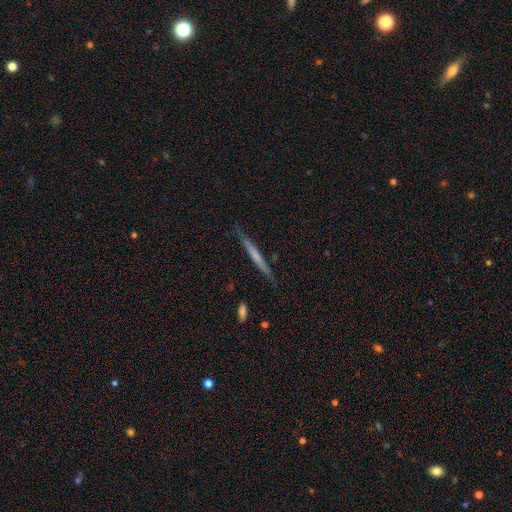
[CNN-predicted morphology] Smooth or featured? Predicted: featured or disk (p=0.50). Edge-on disk? Predicted: yes (p=0.96). Merging? Predicted: none (p=0.85).